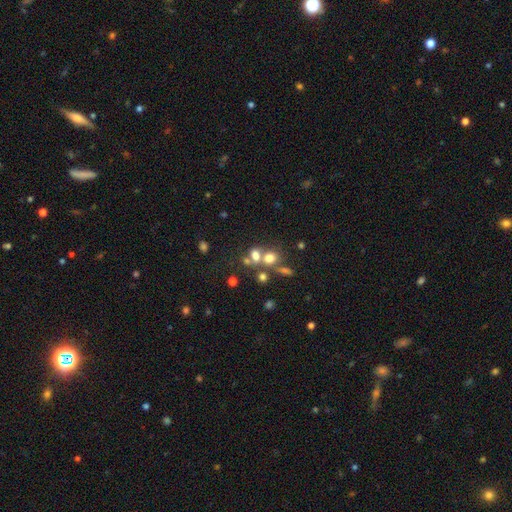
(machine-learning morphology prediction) smooth 66%, star or artifact 18%, featured or disk 16%. Down the decision tree: how rounded — round (58%); merging — merger (46%).